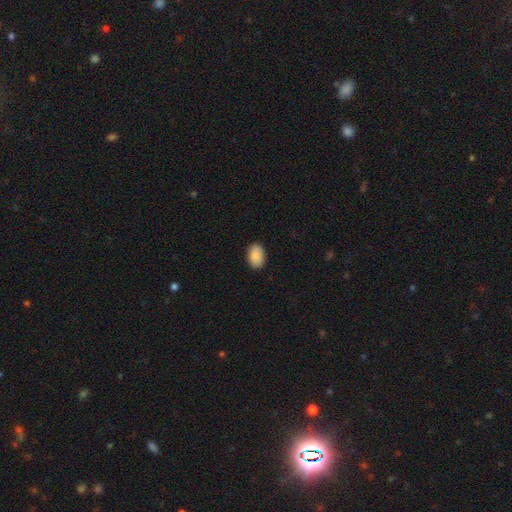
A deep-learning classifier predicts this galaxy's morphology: This appears to be a smooth galaxy with no disk features (90%) that is in between round and cigar-shaped (90%). Merging: none (89%).